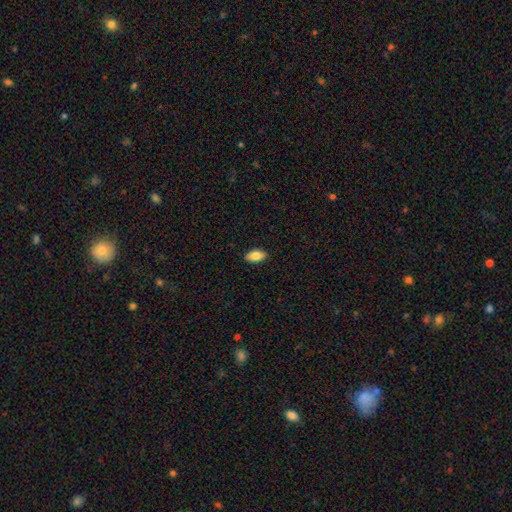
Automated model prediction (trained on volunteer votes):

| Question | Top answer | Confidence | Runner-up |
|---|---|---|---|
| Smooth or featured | smooth | 86% | featured or disk (7%) |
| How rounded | in between | 93% | round (4%) |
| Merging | none | 89% | minor disturbance (8%) |